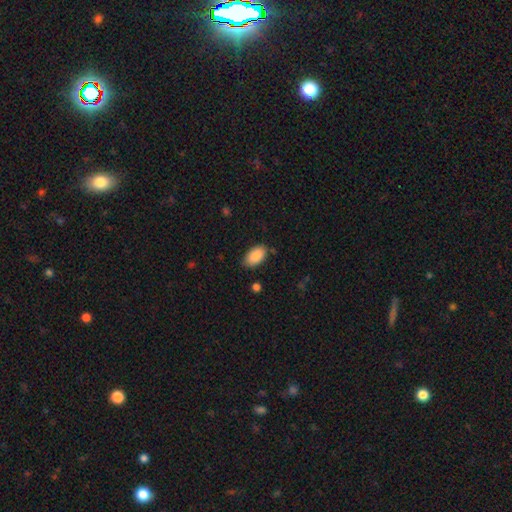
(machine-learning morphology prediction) Smooth or featured?
  - smooth: 90% *
  - star or artifact: 7%
  - featured or disk: 4%
How rounded?
  - in between: 95% *
  - round: 4%
  - cigar-shaped: 2%
Merging?
  - none: 80% *
  - minor disturbance: 15%
  - major disturbance: 3%
  - merger: 2%